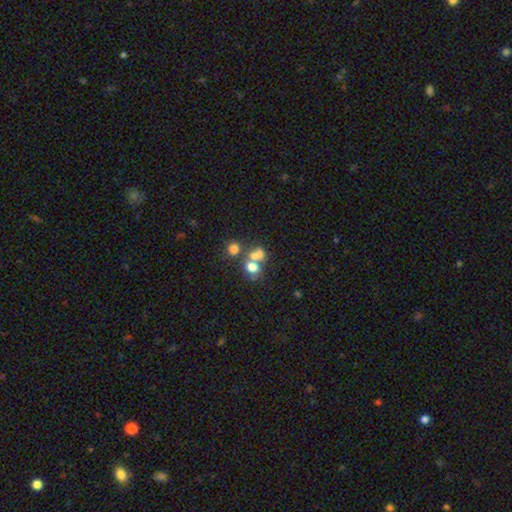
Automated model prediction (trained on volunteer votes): Smooth or featured? smooth (61%)
How rounded? round (67%)
Merging? merger (50%)